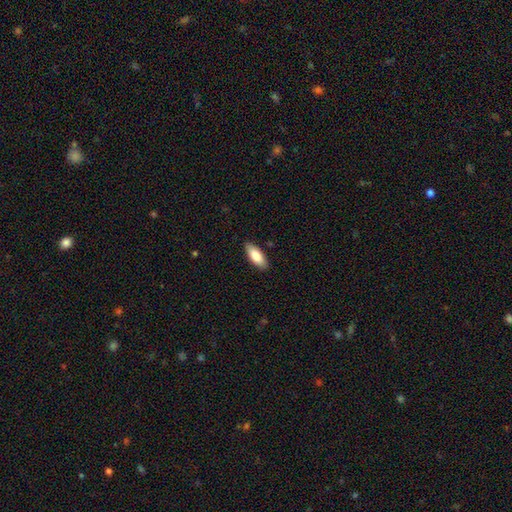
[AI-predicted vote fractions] Smooth or featured? Predicted: smooth (p=0.82). How rounded? Predicted: in between (p=0.81). Merging? Predicted: none (p=0.88).